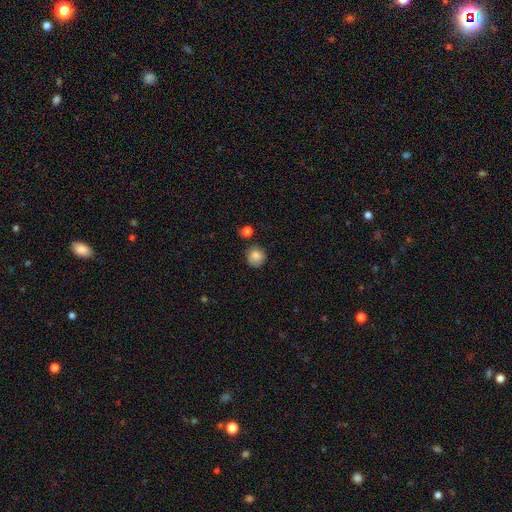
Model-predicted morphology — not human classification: smooth_or_featured: smooth (p=0.83) [alt: star or artifact p=0.09]
how_rounded: round (p=0.87) [alt: in between p=0.12]
merging: none (p=0.76) [alt: minor disturbance p=0.16]